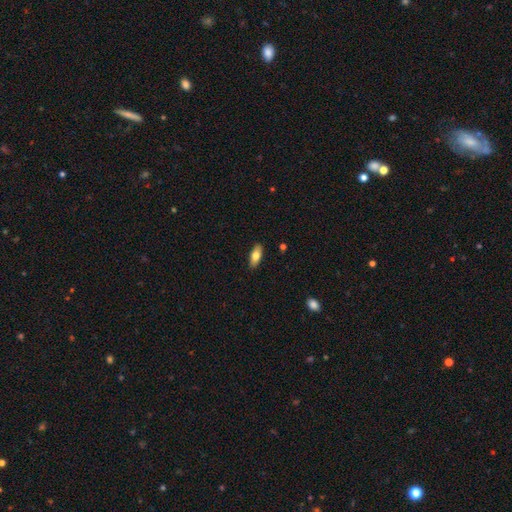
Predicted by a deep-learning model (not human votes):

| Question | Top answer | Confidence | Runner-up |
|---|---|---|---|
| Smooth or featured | smooth | 76% | featured or disk (17%) |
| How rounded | in between | 81% | cigar-shaped (17%) |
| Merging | none | 89% | minor disturbance (9%) |